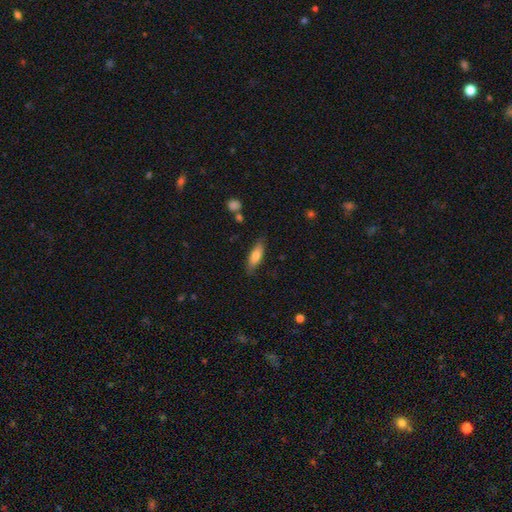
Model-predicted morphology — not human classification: This is likely a smooth galaxy (73%). How rounded: possibly in between (55%). Merging: clearly none (82%).